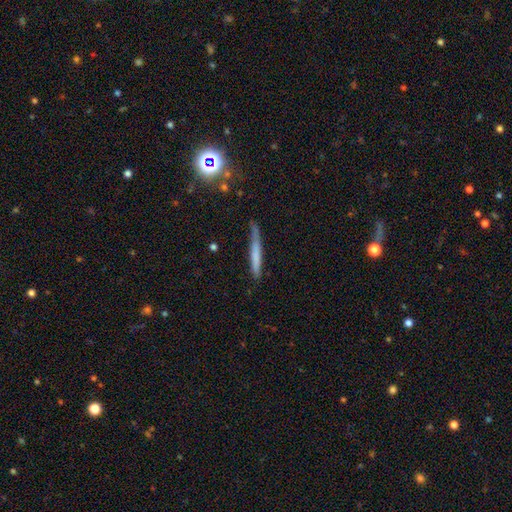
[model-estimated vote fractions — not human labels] smooth_or_featured: smooth (p=0.61) [alt: featured or disk p=0.31]
how_rounded: cigar-shaped (p=0.95) [alt: in between p=0.03]
merging: none (p=0.65) [alt: minor disturbance p=0.26]